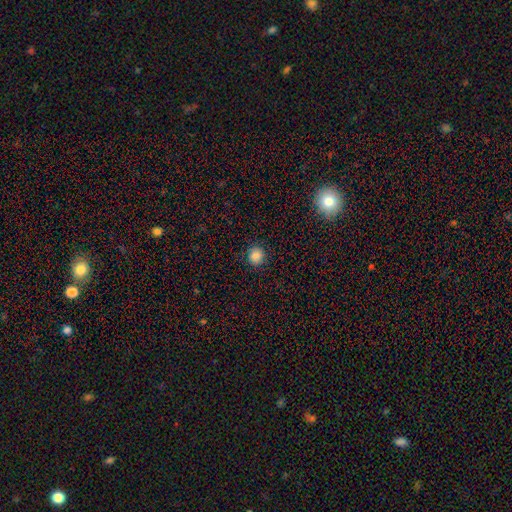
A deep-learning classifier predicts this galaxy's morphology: smooth_or_featured: smooth (p=0.85) [alt: star or artifact p=0.11]
how_rounded: round (p=0.89) [alt: in between p=0.10]
merging: none (p=0.91) [alt: minor disturbance p=0.06]